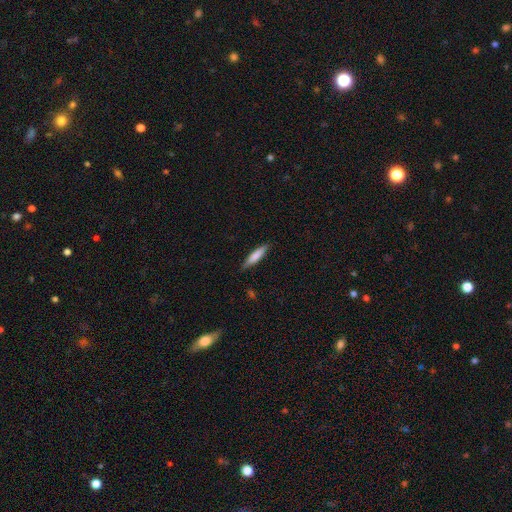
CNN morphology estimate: smooth_or_featured: smooth (p=0.74) [alt: featured or disk p=0.20]
how_rounded: cigar-shaped (p=0.82) [alt: in between p=0.17]
merging: none (p=0.86) [alt: minor disturbance p=0.11]